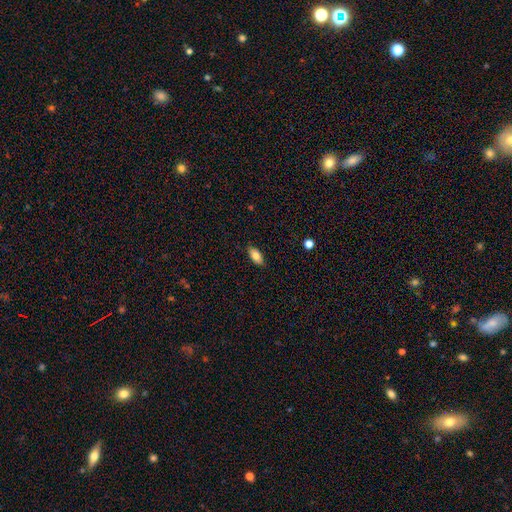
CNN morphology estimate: Smooth or featured? smooth (80%)
How rounded? in between (89%)
Merging? none (87%)